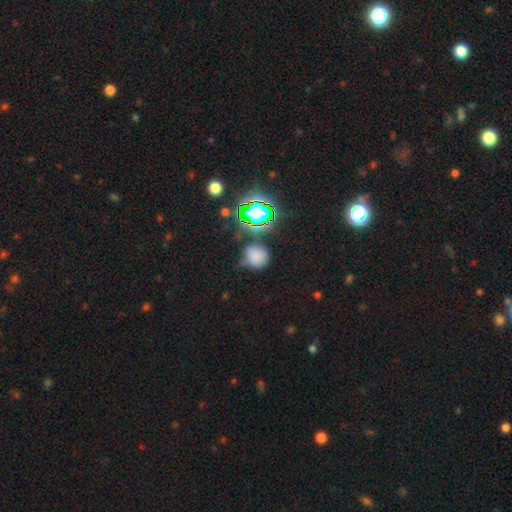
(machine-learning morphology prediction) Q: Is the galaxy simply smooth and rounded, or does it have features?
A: smooth — 66%.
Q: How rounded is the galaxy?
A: round — 84%.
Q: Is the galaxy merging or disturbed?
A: none — 60%.